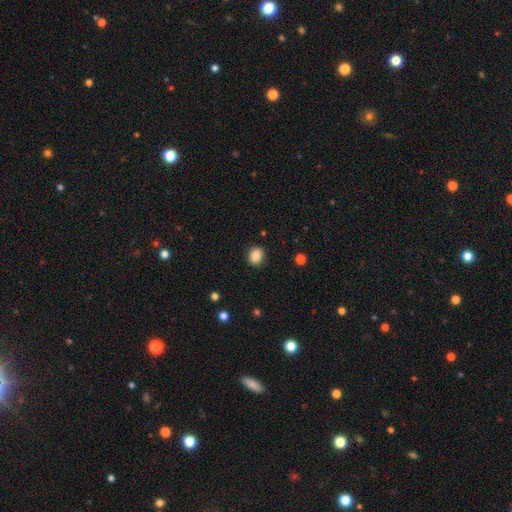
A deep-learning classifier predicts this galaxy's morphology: Smooth or featured: smooth — 85% (star or artifact — 9%)
How rounded: round — 53% (in between — 46%)
Merging: none — 88% (minor disturbance — 9%)